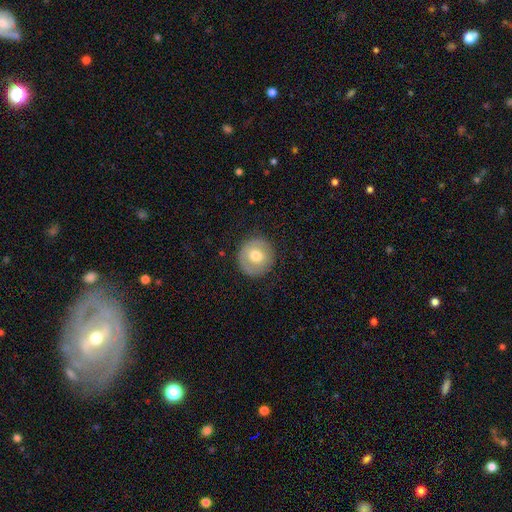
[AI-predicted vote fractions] smooth 64%, featured or disk 28%, star or artifact 7%. Down the decision tree: how rounded — round (94%); merging — none (87%).